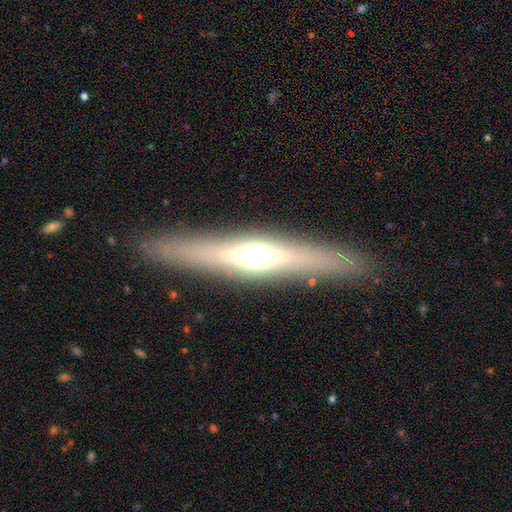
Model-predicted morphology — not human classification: Smooth or featured? Predicted: featured or disk (p=0.65). Edge-on disk? Predicted: yes (p=0.93). Edge-on bulge? Predicted: rounded (p=0.91). Merging? Predicted: none (p=0.90).